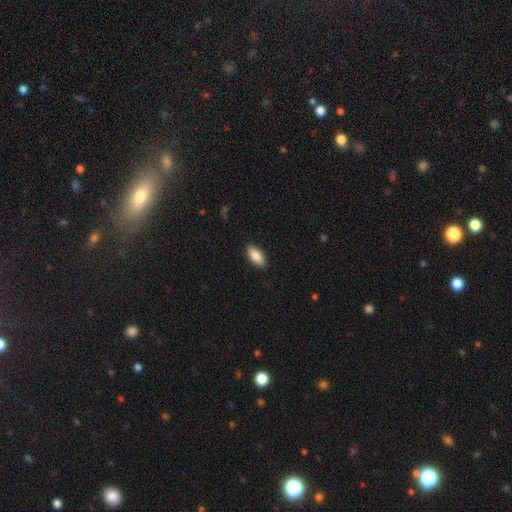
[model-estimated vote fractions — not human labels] A smooth galaxy with no disk features (87%) that is in between round and cigar-shaped (86%). Merging: none (88%).